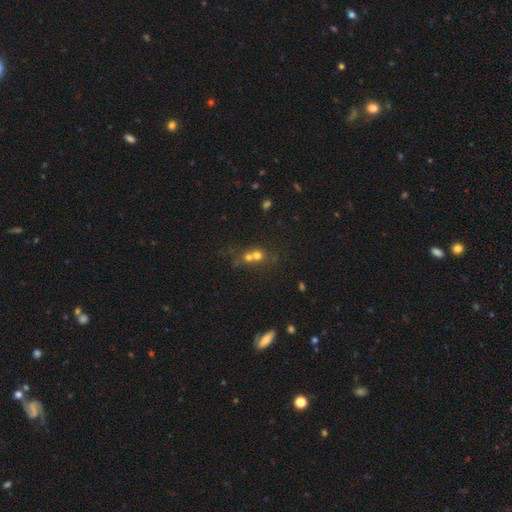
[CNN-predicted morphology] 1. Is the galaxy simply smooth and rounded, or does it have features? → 58% smooth, 22% star or artifact, 19% featured or disk.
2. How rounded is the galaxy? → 80% round, 18% in between, 2% cigar-shaped.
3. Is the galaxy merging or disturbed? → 57% merger, 33% none, 6% minor disturbance, 4% major disturbance.